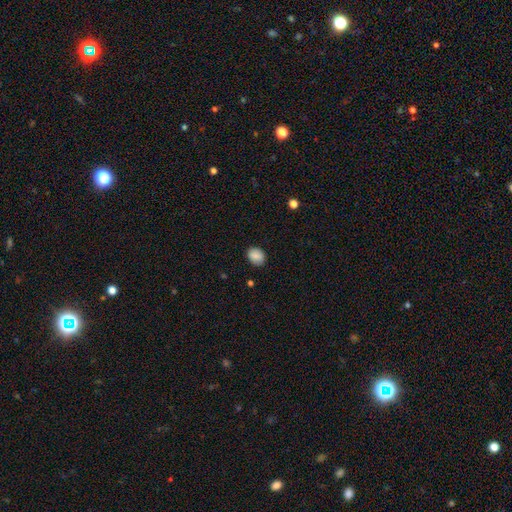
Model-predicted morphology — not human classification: Q: Smooth or featured?
A: smooth (87%); runner-up: star or artifact (8%)
Q: How rounded?
A: in between (53%); runner-up: round (46%)
Q: Merging?
A: none (85%); runner-up: minor disturbance (11%)